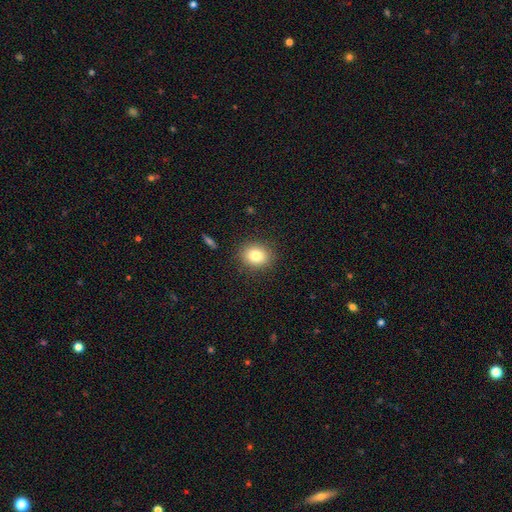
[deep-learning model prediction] Smooth or featured?
  - smooth: 82% *
  - star or artifact: 10%
  - featured or disk: 8%
How rounded?
  - round: 58% *
  - in between: 41%
  - cigar-shaped: 1%
Merging?
  - none: 88% *
  - minor disturbance: 8%
  - major disturbance: 3%
  - merger: 1%